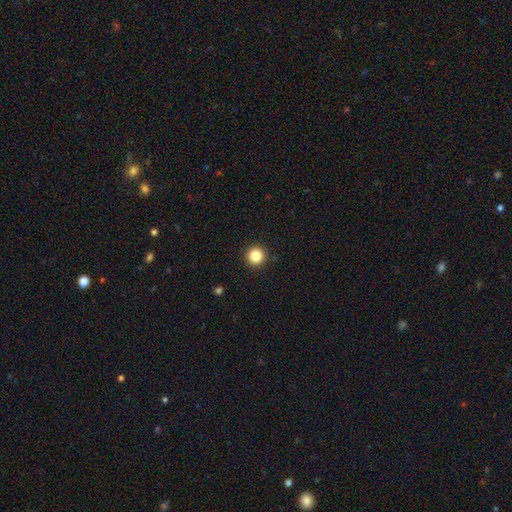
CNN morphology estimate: A smooth galaxy with no disk features (85%) that is round (96%).

Vote fractions:
- Smooth or featured? smooth: 85% / star or artifact: 11% / featured or disk: 4%
- How rounded? round: 96% / in between: 3% / cigar-shaped: 1%
- Merging? none: 93% / minor disturbance: 5% / major disturbance: 2% / merger: 1%